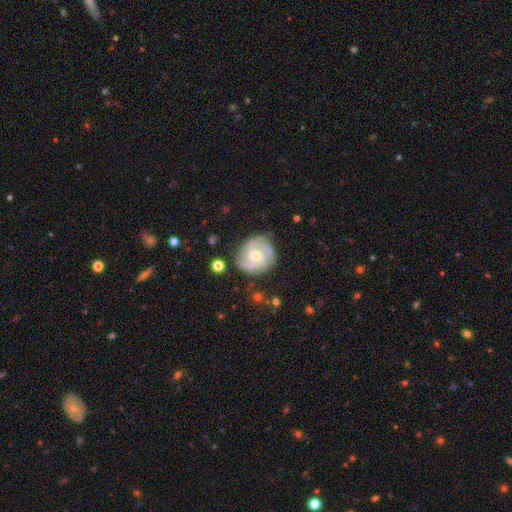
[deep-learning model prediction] Smooth or featured?
  - featured or disk: 87% *
  - smooth: 8%
  - star or artifact: 5%
Edge-on disk?
  - no: 98% *
  - yes: 2%
Bar?
  - no: 57% *
  - weak: 34%
  - strong: 9%
Spiral arms?
  - yes: 97% *
  - no: 3%
Spiral winding?
  - tight: 56% *
  - medium: 37%
  - loose: 7%
Spiral arm count?
  - 3: 49% *
  - 2: 21%
  - can't tell: 11%
  - 4: 11%
  - 1: 4%
  - more than 4: 4%
Bulge size?
  - moderate: 49% *
  - small: 48%
  - large: 1%
  - none: 1%
  - dominant: 1%
Merging?
  - none: 79% *
  - minor disturbance: 15%
  - major disturbance: 4%
  - merger: 2%